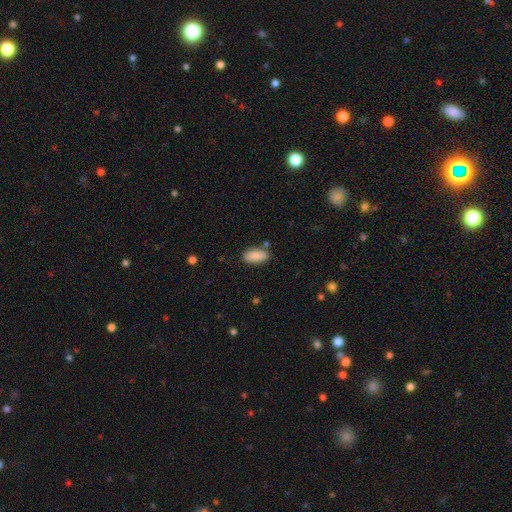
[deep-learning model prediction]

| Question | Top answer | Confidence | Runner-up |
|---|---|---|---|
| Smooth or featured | smooth | 88% | star or artifact (6%) |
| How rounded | in between | 89% | cigar-shaped (9%) |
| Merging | none | 82% | minor disturbance (12%) |